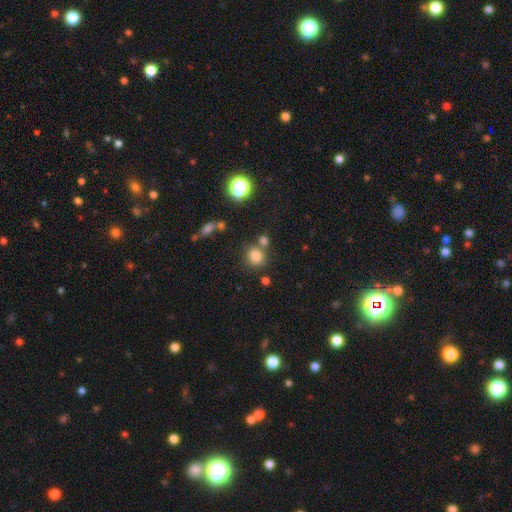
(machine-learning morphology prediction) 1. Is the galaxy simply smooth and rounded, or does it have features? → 79% smooth, 15% star or artifact, 6% featured or disk.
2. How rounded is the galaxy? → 80% round, 19% in between, 1% cigar-shaped.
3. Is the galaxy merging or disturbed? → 66% none, 18% merger, 11% minor disturbance, 4% major disturbance.